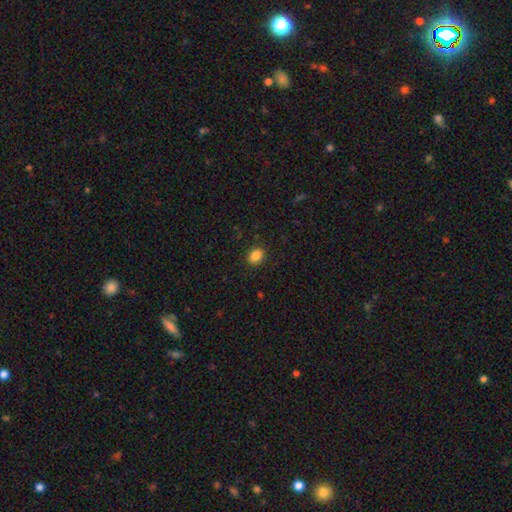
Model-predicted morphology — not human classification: Overall: smooth (86%). How rounded: in between (58%; round 41%). Merging: none (88%).